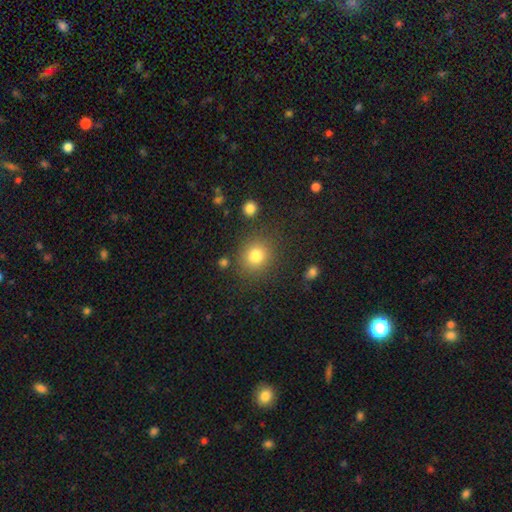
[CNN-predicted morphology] Smooth or featured?
  - smooth: 81% *
  - star or artifact: 12%
  - featured or disk: 7%
How rounded?
  - round: 82% *
  - in between: 17%
  - cigar-shaped: 1%
Merging?
  - none: 83% *
  - minor disturbance: 9%
  - major disturbance: 4%
  - merger: 4%